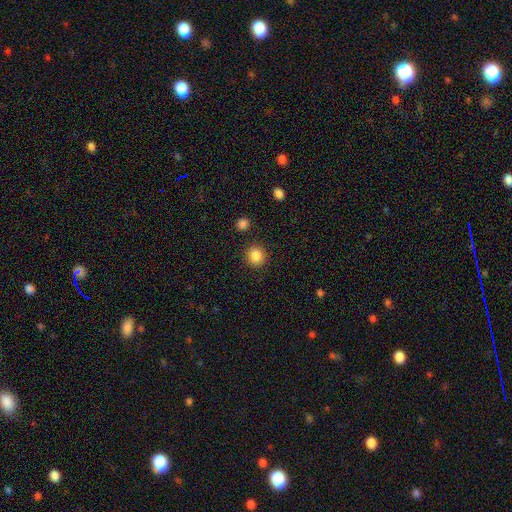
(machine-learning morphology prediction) Smooth or featured: smooth — 86% (star or artifact — 10%)
How rounded: round — 92% (in between — 8%)
Merging: none — 89% (minor disturbance — 6%)